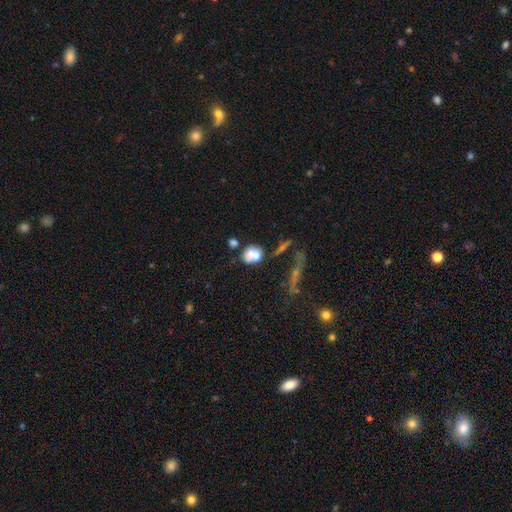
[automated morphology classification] Smooth or featured: smooth — 67% (featured or disk — 21%)
How rounded: round — 57% (in between — 41%)
Merging: merger — 38% (tied with none — 38%)